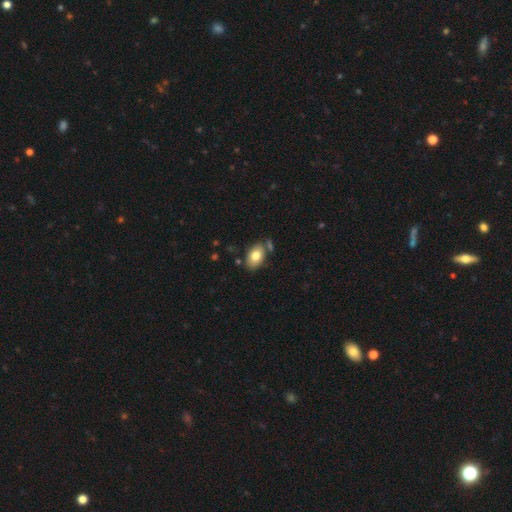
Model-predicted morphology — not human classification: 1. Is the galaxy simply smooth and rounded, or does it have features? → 78% smooth, 15% featured or disk, 7% star or artifact.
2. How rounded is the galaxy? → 88% in between, 11% round, 1% cigar-shaped.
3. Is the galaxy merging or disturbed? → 70% none, 16% minor disturbance, 10% merger, 4% major disturbance.